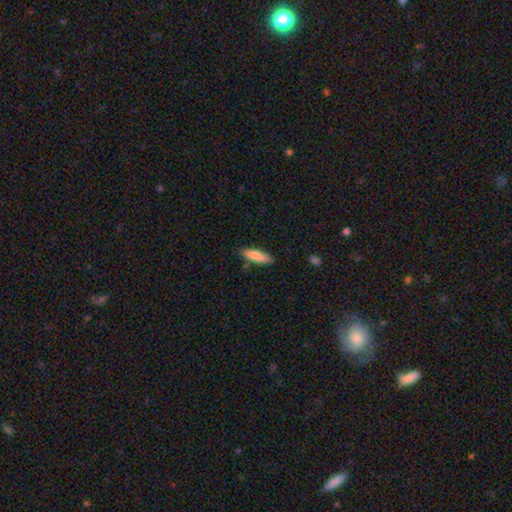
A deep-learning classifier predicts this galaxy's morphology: A smooth galaxy with no disk features (84%) that is cigar-shaped (56%). Merging: none (79%).